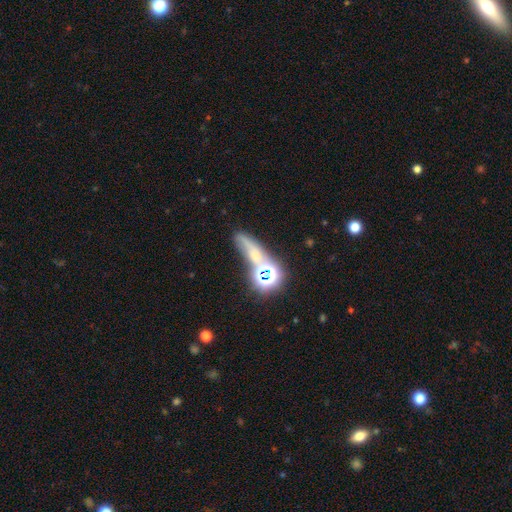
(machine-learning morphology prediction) Smooth or featured?
  - smooth: 46% *
  - star or artifact: 33%
  - featured or disk: 22%
Merging?
  - none: 50% *
  - merger: 22%
  - minor disturbance: 17%
  - major disturbance: 11%